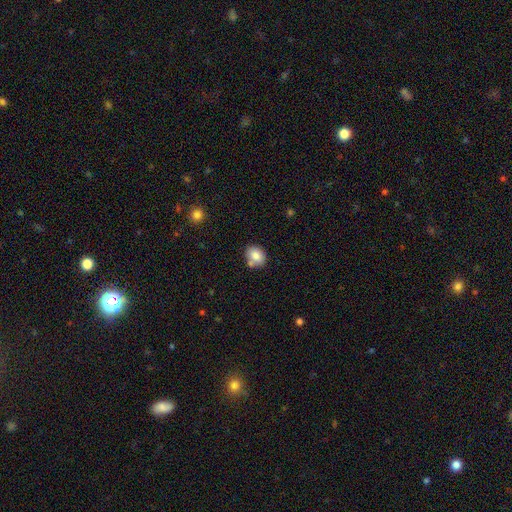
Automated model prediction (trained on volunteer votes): Overall: smooth (81%). How rounded: round (50%; in between 49%). Merging: none (68%).